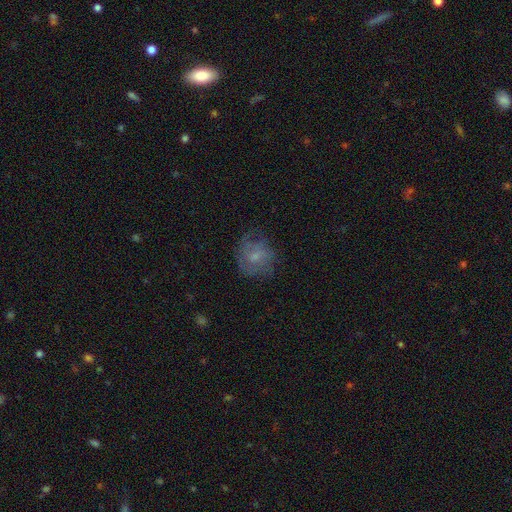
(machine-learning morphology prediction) This appears to be a smooth galaxy with no disk features (48%). Merging: none (59%).